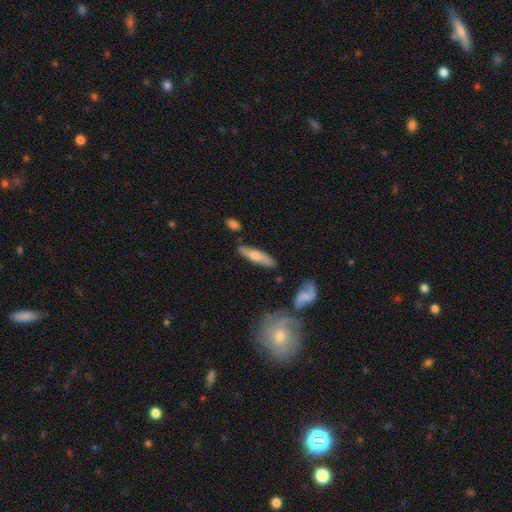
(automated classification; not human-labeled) Smooth or featured? Predicted: smooth (p=0.59). How rounded? Predicted: cigar-shaped (p=0.73). Merging? Predicted: none (p=0.80).